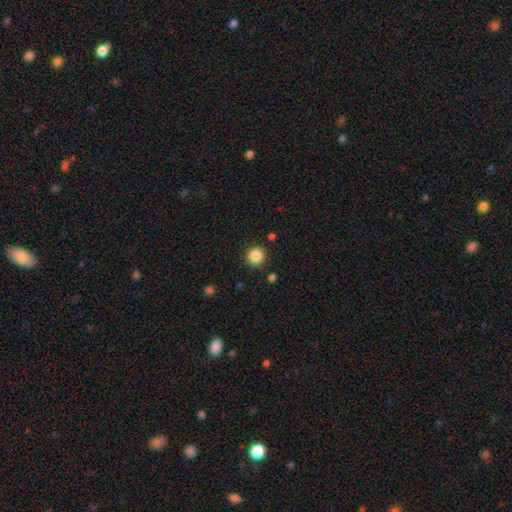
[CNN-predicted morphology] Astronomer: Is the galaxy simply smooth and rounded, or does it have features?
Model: smooth — 86%.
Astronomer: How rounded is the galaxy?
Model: round — 95%.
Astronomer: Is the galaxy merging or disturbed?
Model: none — 91%.